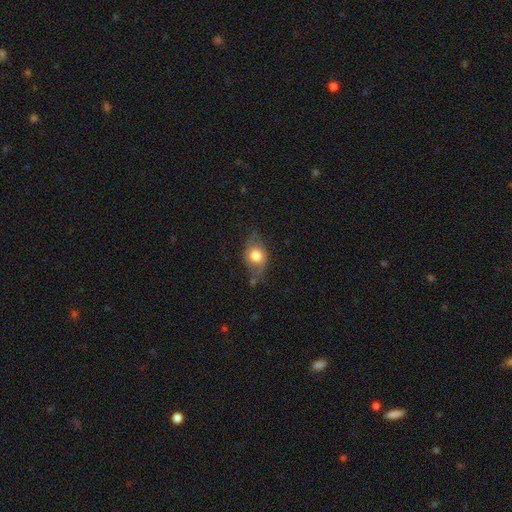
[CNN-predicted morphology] A smooth galaxy with no disk features (65%) that is in between round and cigar-shaped (64%). Merging: none (60%).